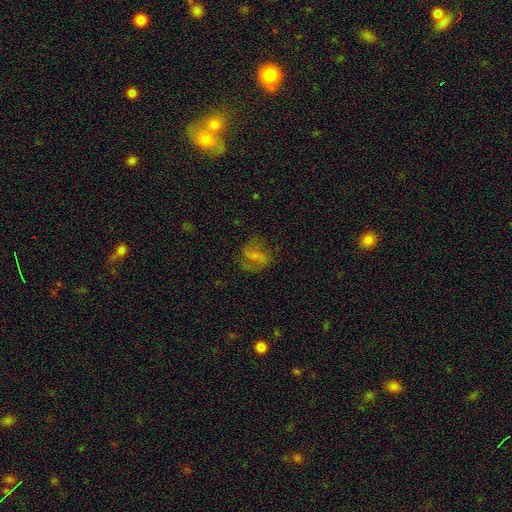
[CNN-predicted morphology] A featured or disk galaxy (54%) with a weak bar (41%), spiral arms (82%) and no central bulge (51%). Merging: none (64%).